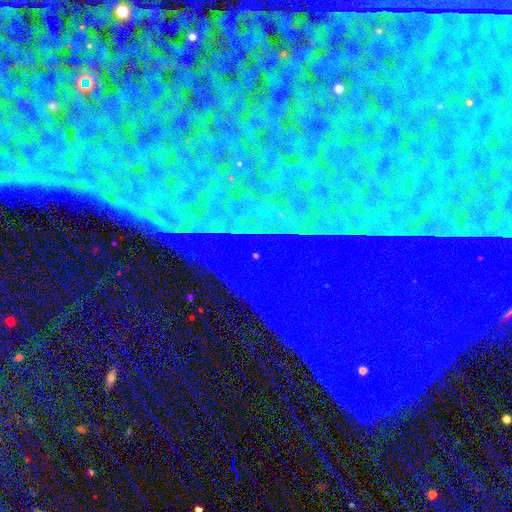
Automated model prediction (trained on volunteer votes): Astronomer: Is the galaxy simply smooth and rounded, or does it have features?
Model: star or artifact — 85%.